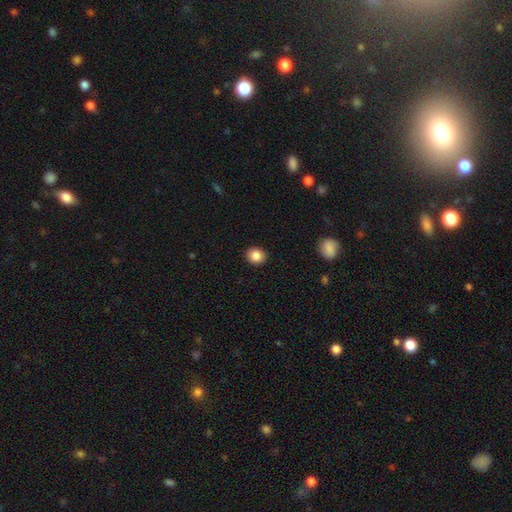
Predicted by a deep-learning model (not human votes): Overall: smooth (87%). How rounded: round (74%). Merging: none (91%).